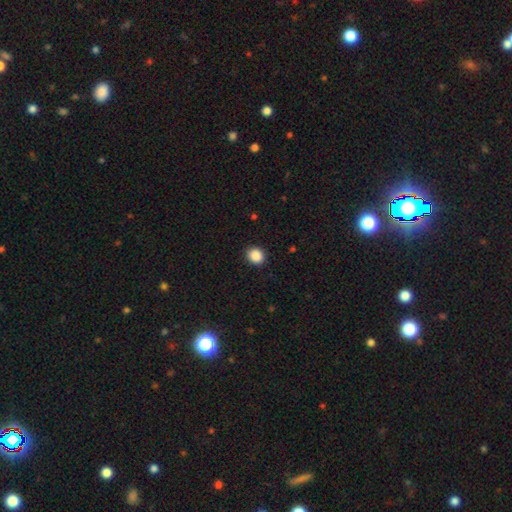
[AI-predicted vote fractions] smooth_or_featured: smooth (p=0.89) [alt: star or artifact p=0.09]
how_rounded: round (p=0.73) [alt: in between p=0.26]
merging: none (p=0.90) [alt: minor disturbance p=0.07]